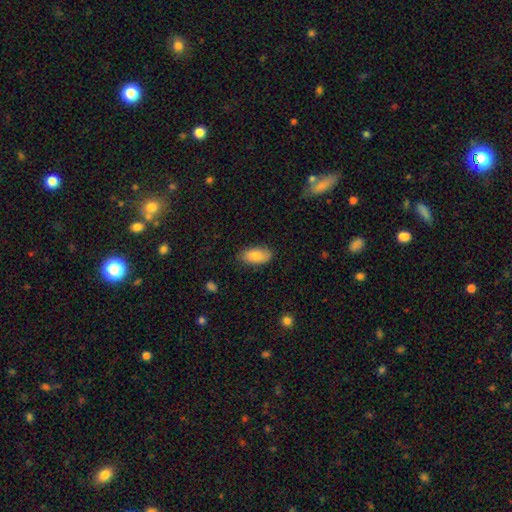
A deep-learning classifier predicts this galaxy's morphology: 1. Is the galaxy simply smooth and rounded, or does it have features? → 84% smooth, 10% featured or disk, 6% star or artifact.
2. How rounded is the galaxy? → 93% in between, 4% cigar-shaped, 3% round.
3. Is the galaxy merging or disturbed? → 83% none, 13% minor disturbance, 3% major disturbance, 1% merger.